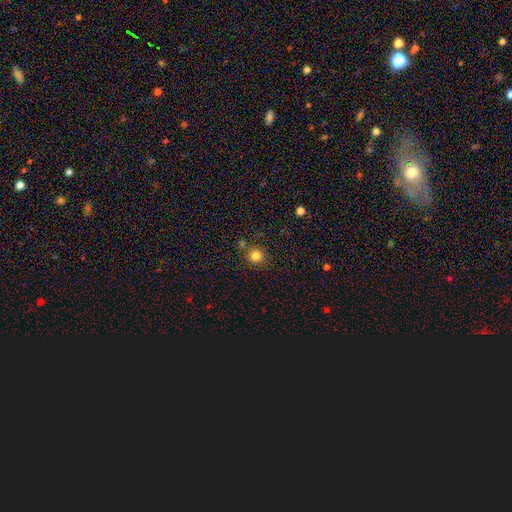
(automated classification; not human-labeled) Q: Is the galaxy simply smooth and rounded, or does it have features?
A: smooth — 81%.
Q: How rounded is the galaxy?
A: round — 92%.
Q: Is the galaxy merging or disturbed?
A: none — 79%.